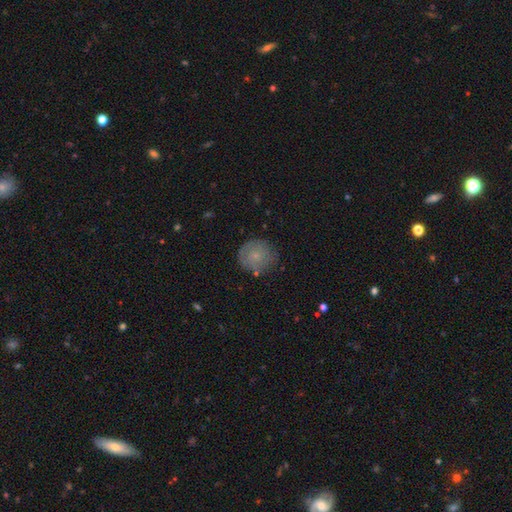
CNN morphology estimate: The model was most divided on "smooth or featured": smooth: 63%, featured or disk: 28%, star or artifact: 9%. More confident: how rounded — round (86%); merging — none (76%).